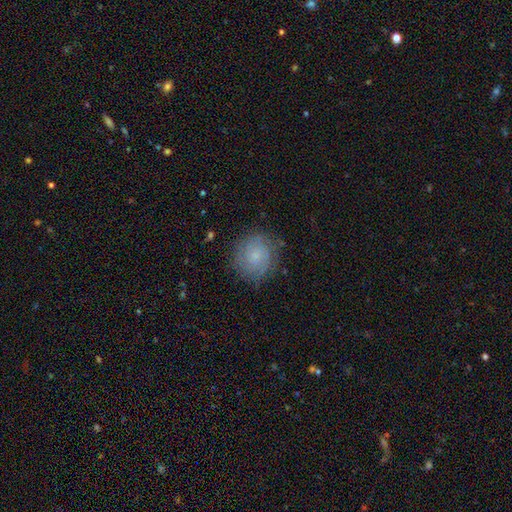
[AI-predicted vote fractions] Smooth or featured: smooth — 49% (featured or disk — 41%)
Merging: none — 79% (minor disturbance — 15%)